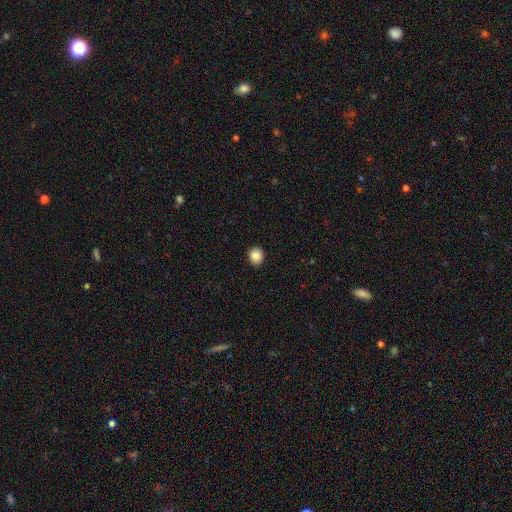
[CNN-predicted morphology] Smooth or featured? Predicted: smooth (p=0.86). How rounded? Predicted: round (p=0.69). Merging? Predicted: none (p=0.91).